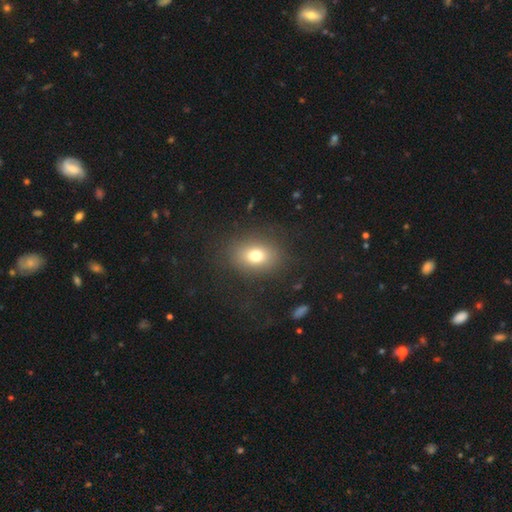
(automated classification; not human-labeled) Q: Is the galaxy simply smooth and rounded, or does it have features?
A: smooth — 74%.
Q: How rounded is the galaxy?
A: in between — 59%.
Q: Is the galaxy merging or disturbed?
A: none — 81%.